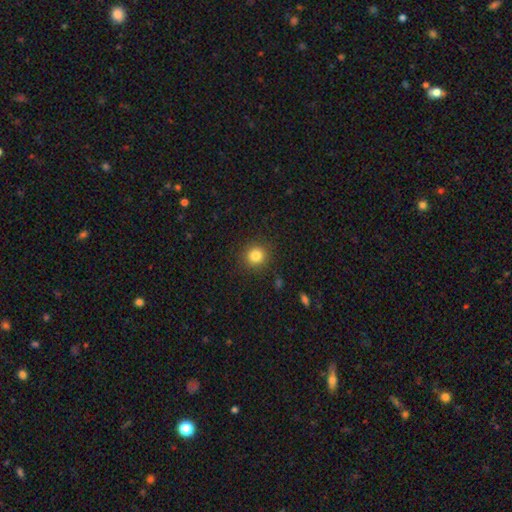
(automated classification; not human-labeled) Smooth or featured? smooth (83%)
How rounded? round (90%)
Merging? none (90%)